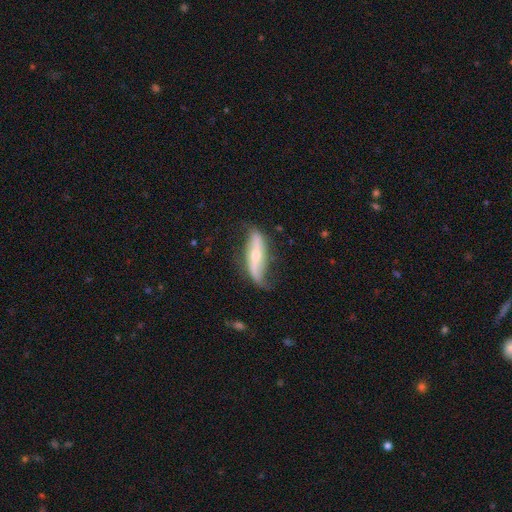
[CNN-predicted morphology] Overall: featured or disk (74%). Edge-on disk: no (65%; yes 35%). Merging: none (57%; minor disturbance 28%).